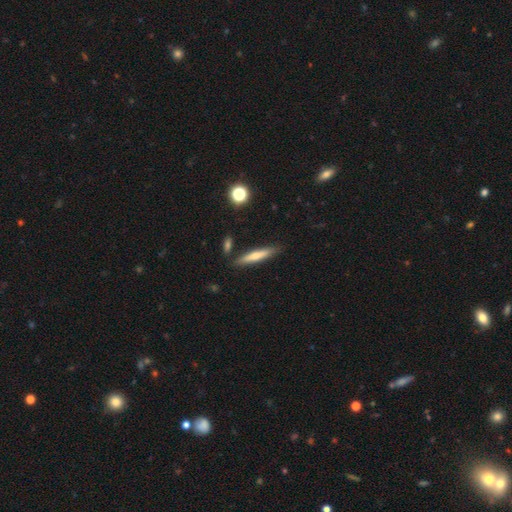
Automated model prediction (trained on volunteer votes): A smooth galaxy with no disk features (63%) that is cigar-shaped (90%).

Vote fractions:
- Smooth or featured? smooth: 63% / featured or disk: 31% / star or artifact: 7%
- How rounded? cigar-shaped: 90% / in between: 8% / round: 2%
- Merging? none: 85% / minor disturbance: 10% / merger: 4% / major disturbance: 2%